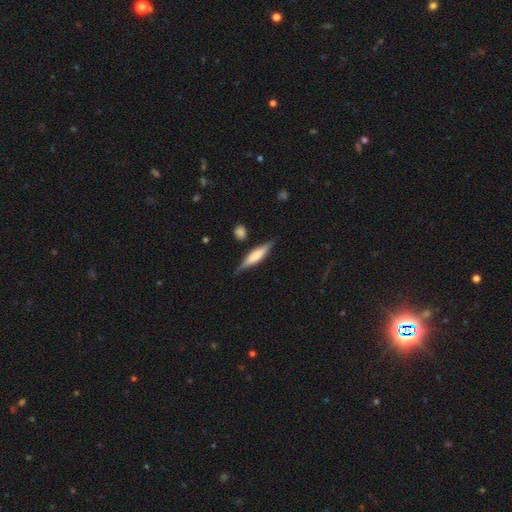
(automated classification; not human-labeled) smooth_or_featured: featured or disk (p=0.50) [alt: smooth p=0.44]
merging: none (p=0.80) [alt: minor disturbance p=0.14]